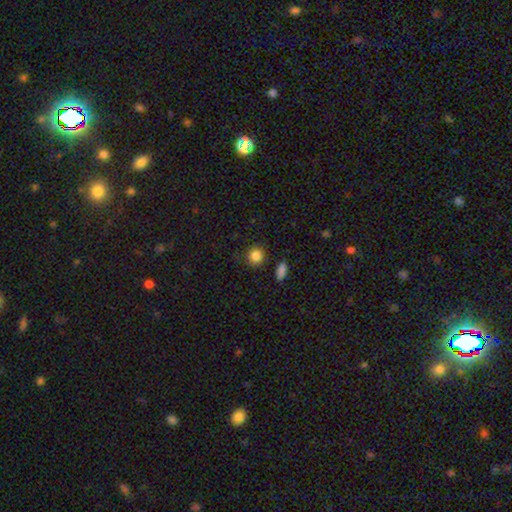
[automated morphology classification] The model was most divided on "merging": none: 84%, minor disturbance: 11%, major disturbance: 3%, merger: 3%. More confident: how rounded — round (86%); smooth or featured — smooth (86%).